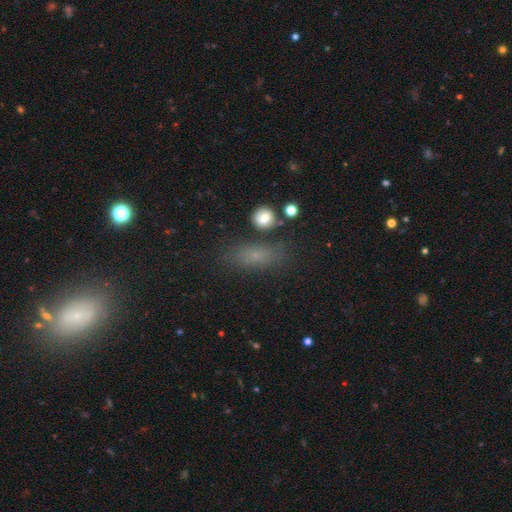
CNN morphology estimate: Smooth or featured: smooth — 65% (star or artifact — 21%)
How rounded: in between — 61% (cigar-shaped — 29%)
Merging: none — 74% (minor disturbance — 14%)